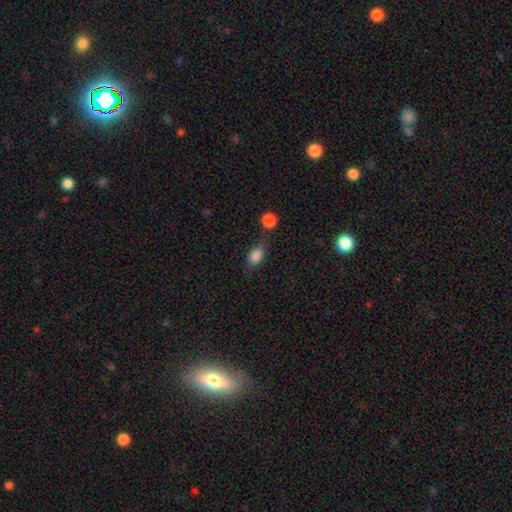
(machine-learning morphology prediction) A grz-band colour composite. It shows a smooth galaxy with no disk features (85%) that is in between round and cigar-shaped (83%). Merging: none (64%).